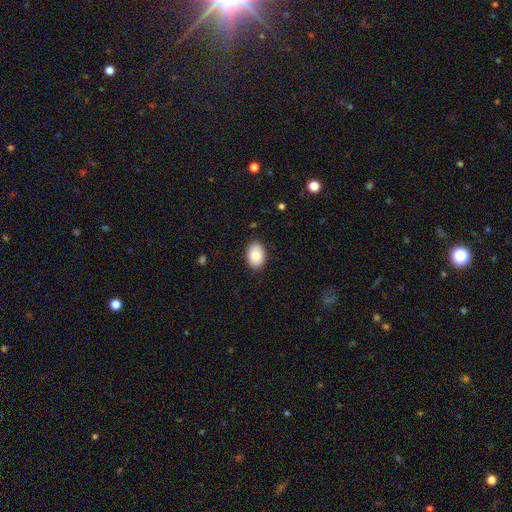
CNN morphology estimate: This appears to be a smooth galaxy with no disk features (82%) that is in between round and cigar-shaped (83%). Merging: none (87%).